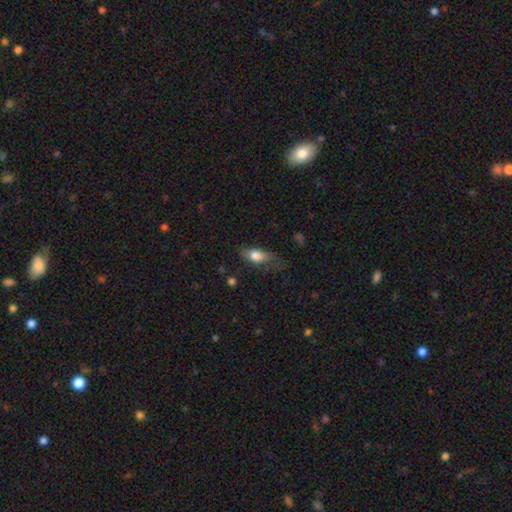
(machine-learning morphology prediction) Q: Smooth or featured?
A: smooth (76%); runner-up: featured or disk (16%)
Q: How rounded?
A: in between (80%); runner-up: cigar-shaped (14%)
Q: Merging?
A: none (45%); runner-up: minor disturbance (32%)